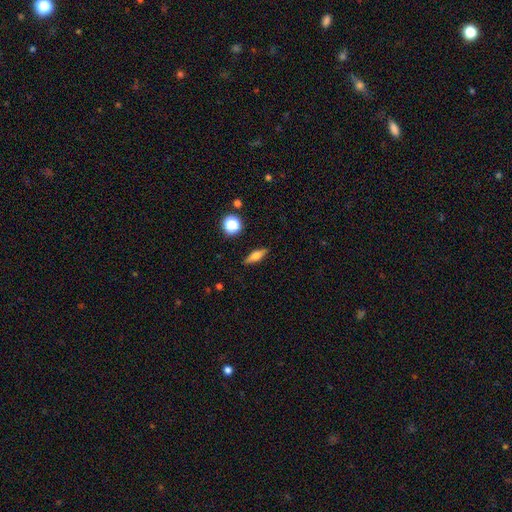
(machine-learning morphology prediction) The model was most divided on "how rounded": cigar-shaped: 47%, in between: 45%, round: 7%. More confident: merging — none (88%); smooth or featured — smooth (54%).